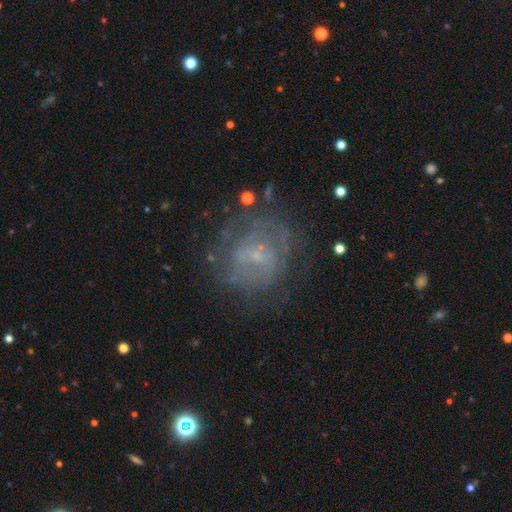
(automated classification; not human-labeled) smooth_or_featured: featured or disk (p=0.58) [alt: smooth p=0.27]
disk_edge_on: no (p=0.97) [alt: yes p=0.03]
bar: no (p=0.56) [alt: weak p=0.36]
has_spiral_arms: yes (p=0.51) [alt: no p=0.49]
bulge_size: small (p=0.64) [alt: none p=0.22]
merging: none (p=0.65) [alt: minor disturbance p=0.17]